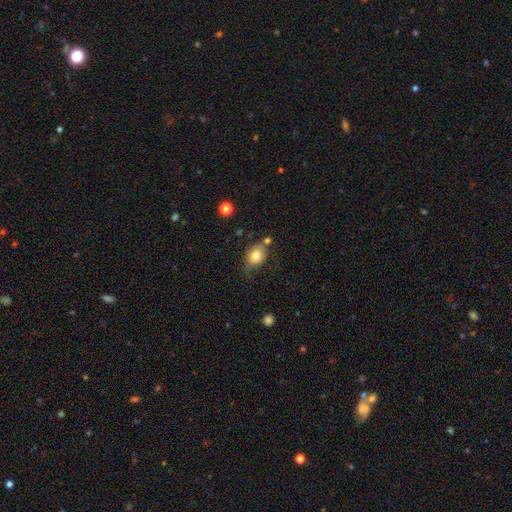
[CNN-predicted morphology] The model was most divided on "how rounded": in between: 57%, round: 41%, cigar-shaped: 2%. More confident: smooth or featured — smooth (76%); merging — none (53%).